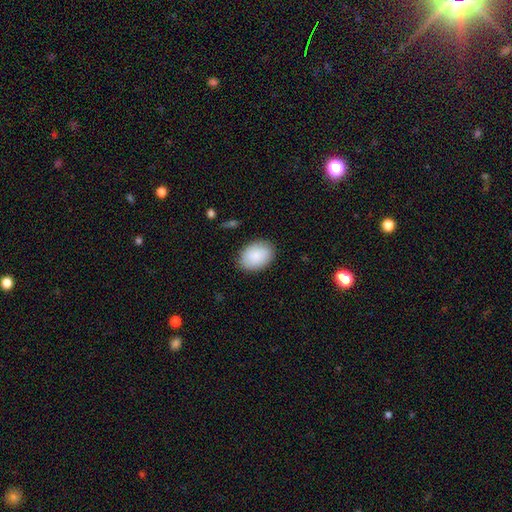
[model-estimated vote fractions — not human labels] The model was most divided on "how rounded": in between: 82%, round: 17%, cigar-shaped: 1%. More confident: smooth or featured — smooth (88%); merging — none (86%).